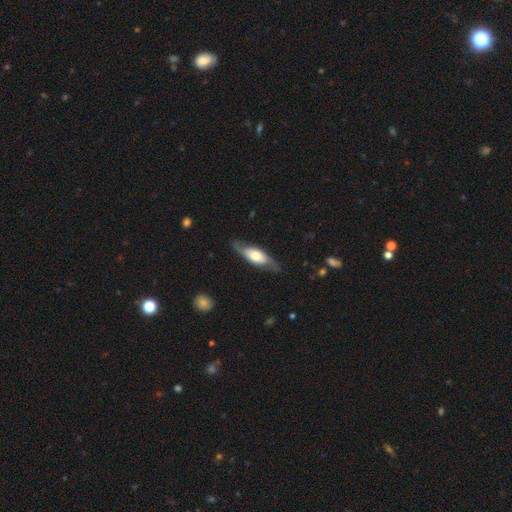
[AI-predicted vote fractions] Smooth or featured?
  - featured or disk: 56% *
  - smooth: 38%
  - star or artifact: 6%
Edge-on disk?
  - no: 55% *
  - yes: 45%
Merging?
  - none: 75% *
  - minor disturbance: 17%
  - major disturbance: 6%
  - merger: 1%